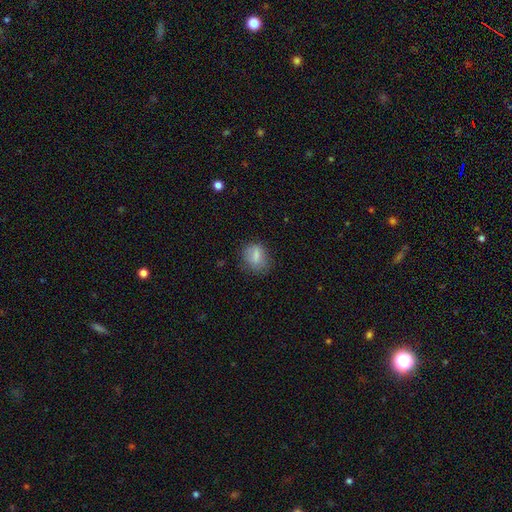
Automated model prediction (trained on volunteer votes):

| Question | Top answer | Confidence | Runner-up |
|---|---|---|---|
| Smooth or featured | smooth | 75% | featured or disk (16%) |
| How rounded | in between | 54% | round (43%) |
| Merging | none | 65% | minor disturbance (23%) |